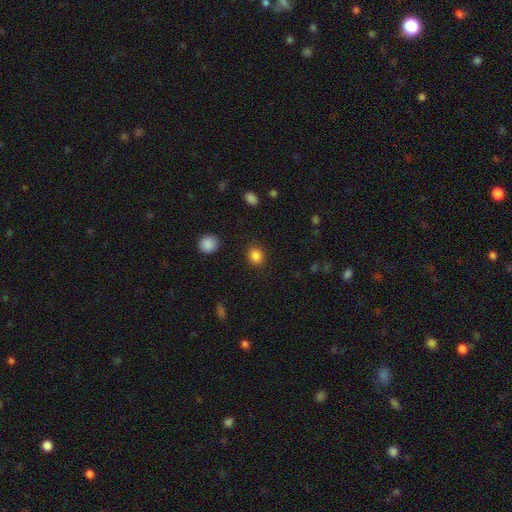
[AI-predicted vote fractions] Overall: smooth (85%). How rounded: round (75%). Merging: none (89%).